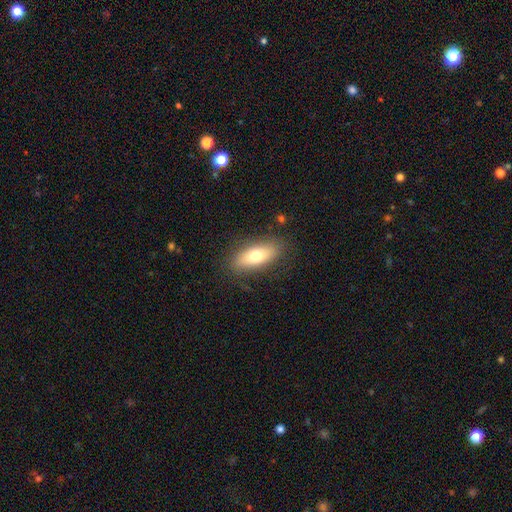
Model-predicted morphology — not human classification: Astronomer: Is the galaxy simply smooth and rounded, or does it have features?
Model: smooth — 73%.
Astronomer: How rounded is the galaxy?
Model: in between — 76%.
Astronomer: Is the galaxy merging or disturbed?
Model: none — 83%.